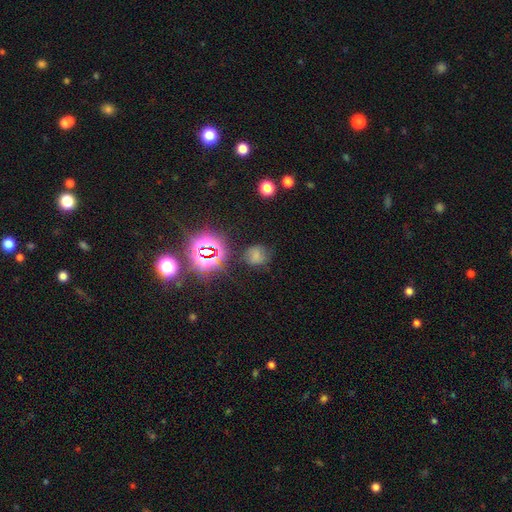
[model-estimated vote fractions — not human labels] Smooth or featured: smooth — 56% (star or artifact — 30%)
How rounded: round — 67% (in between — 31%)
Merging: none — 67% (minor disturbance — 20%)